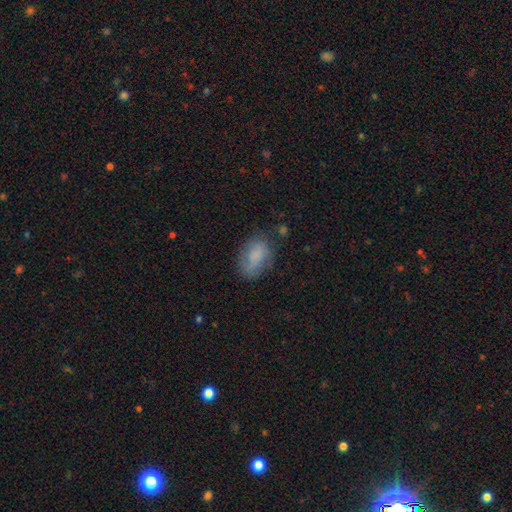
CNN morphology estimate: Q: Smooth or featured?
A: smooth (79%); runner-up: featured or disk (13%)
Q: How rounded?
A: in between (88%); runner-up: round (9%)
Q: Merging?
A: none (66%); runner-up: minor disturbance (24%)